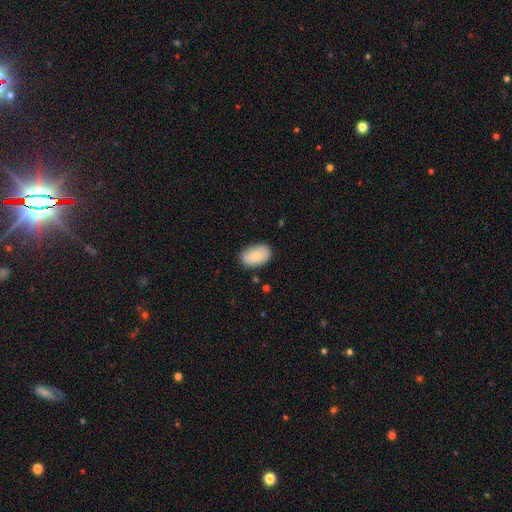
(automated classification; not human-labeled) Smooth or featured: smooth — 82% (featured or disk — 11%)
How rounded: in between — 91% (round — 7%)
Merging: none — 81% (minor disturbance — 14%)